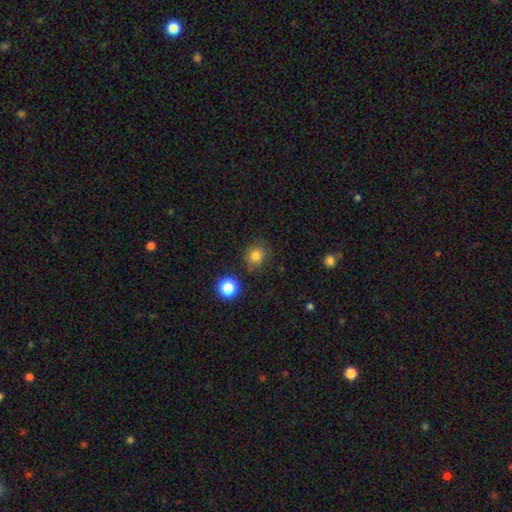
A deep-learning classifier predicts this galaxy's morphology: smooth 80%, star or artifact 14%, featured or disk 6%. Down the decision tree: how rounded — round (87%); merging — none (82%).